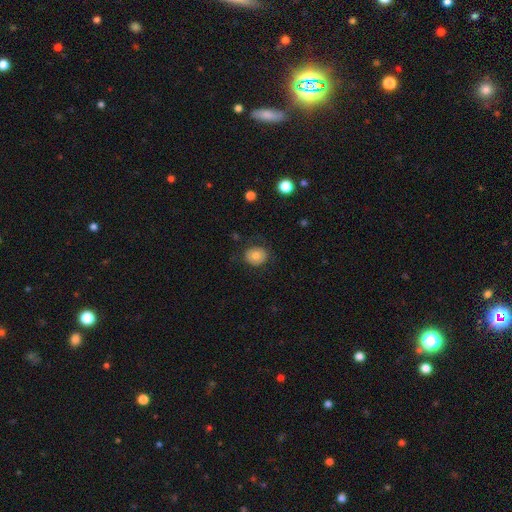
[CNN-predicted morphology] Smooth or featured? Predicted: smooth (p=0.77). How rounded? Predicted: round (p=0.73). Merging? Predicted: none (p=0.76).